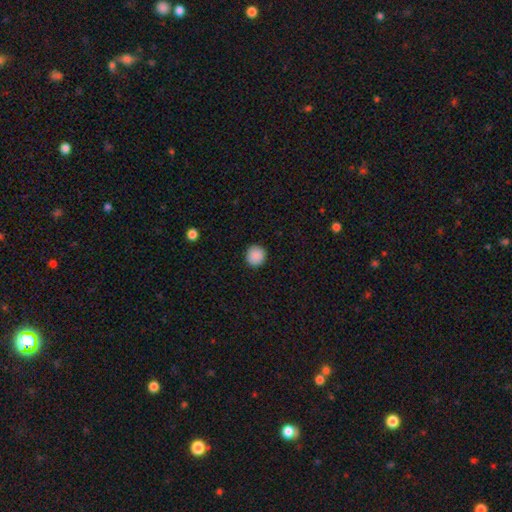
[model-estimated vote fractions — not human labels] A smooth galaxy with no disk features (89%) that is round (93%).

Vote fractions:
- Smooth or featured? smooth: 89% / star or artifact: 8% / featured or disk: 3%
- How rounded? round: 93% / in between: 6% / cigar-shaped: 1%
- Merging? none: 93% / minor disturbance: 5% / major disturbance: 2% / merger: 1%